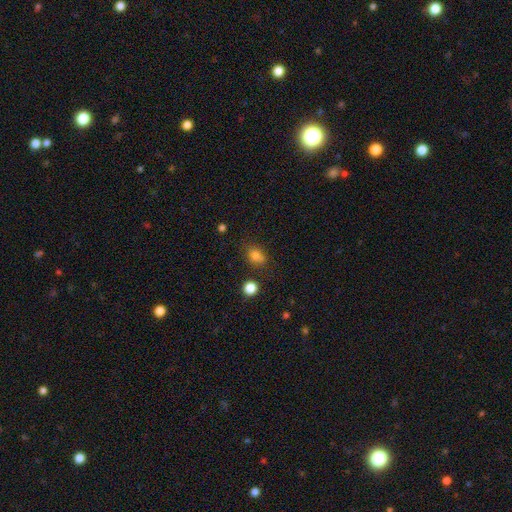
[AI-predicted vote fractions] This is likely a smooth galaxy (79%). How rounded: possibly in between (54%). Merging: likely none (61%).